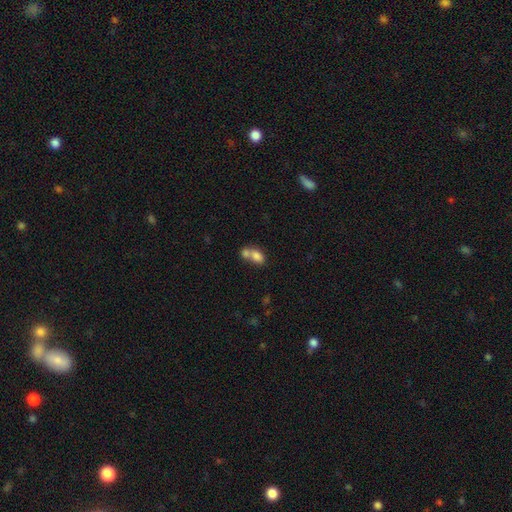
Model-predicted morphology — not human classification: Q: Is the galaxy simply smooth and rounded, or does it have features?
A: smooth — 78%.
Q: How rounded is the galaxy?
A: in between — 80%.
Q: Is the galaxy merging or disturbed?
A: merger — 63%.